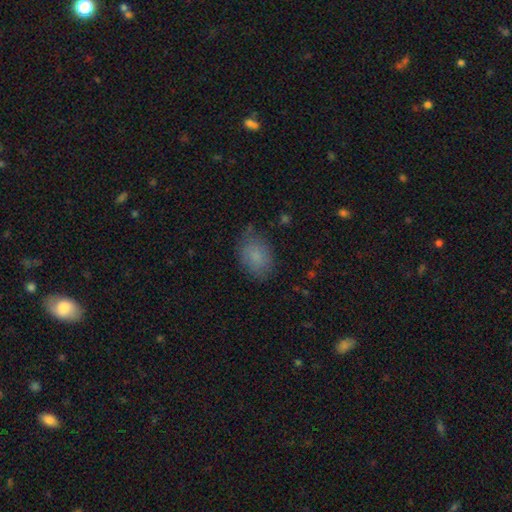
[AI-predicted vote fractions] A smooth galaxy with no disk features (82%) that is in between round and cigar-shaped (78%).

Vote fractions:
- Smooth or featured? smooth: 82% / featured or disk: 9% / star or artifact: 8%
- How rounded? in between: 78% / round: 21% / cigar-shaped: 1%
- Merging? none: 73% / minor disturbance: 20% / major disturbance: 5% / merger: 1%